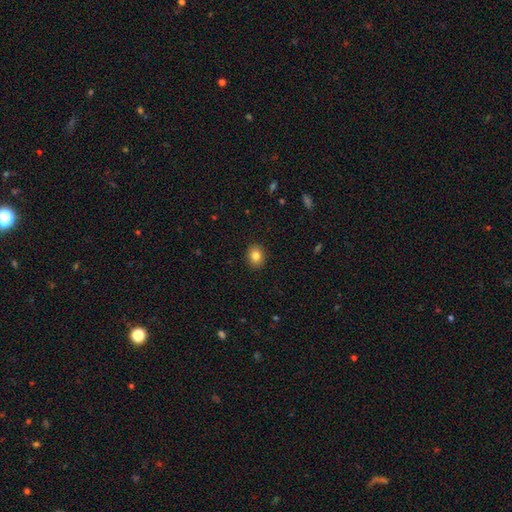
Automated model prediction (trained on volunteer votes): Smooth or featured?
  - smooth: 83% *
  - star or artifact: 10%
  - featured or disk: 7%
How rounded?
  - round: 59% *
  - in between: 40%
  - cigar-shaped: 1%
Merging?
  - none: 91% *
  - minor disturbance: 7%
  - major disturbance: 2%
  - merger: 1%